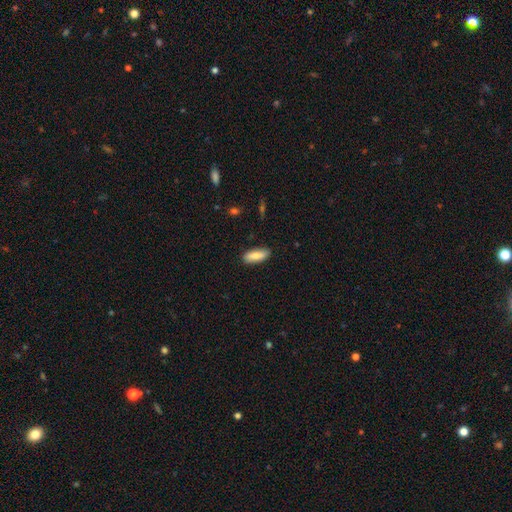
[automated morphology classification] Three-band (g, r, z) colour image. It shows a smooth galaxy with no disk features (84%) that is in between round and cigar-shaped (66%). Merging: none (86%).